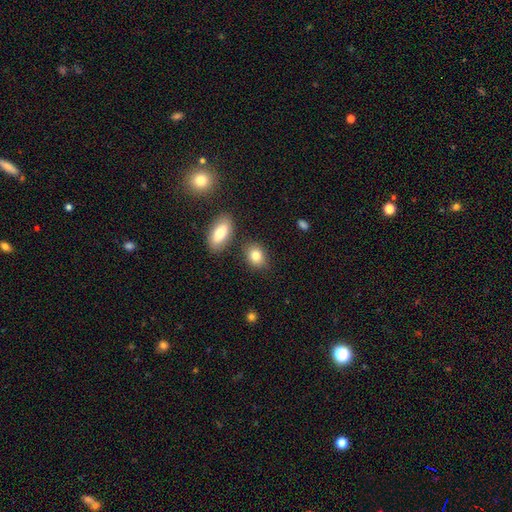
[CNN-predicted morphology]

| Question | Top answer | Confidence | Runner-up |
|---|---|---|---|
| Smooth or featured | smooth | 82% | star or artifact (9%) |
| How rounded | in between | 56% | round (42%) |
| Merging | none | 78% | minor disturbance (11%) |